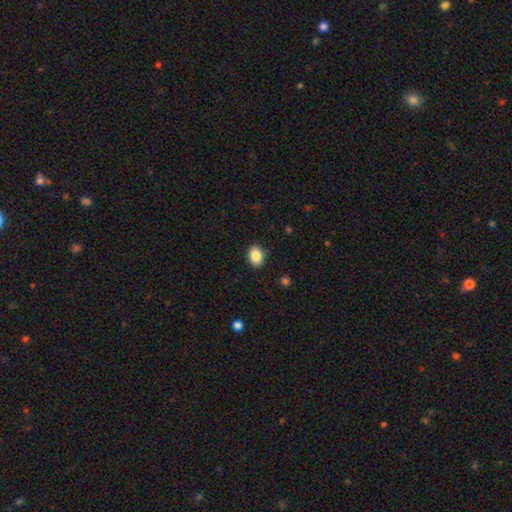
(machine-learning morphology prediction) Smooth or featured?
  - smooth: 87% *
  - star or artifact: 8%
  - featured or disk: 5%
How rounded?
  - in between: 73% *
  - round: 26%
  - cigar-shaped: 1%
Merging?
  - none: 89% *
  - minor disturbance: 8%
  - major disturbance: 2%
  - merger: 1%